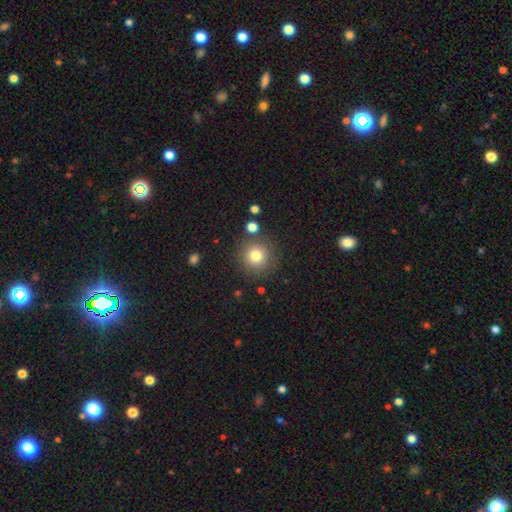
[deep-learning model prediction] A smooth galaxy with no disk features (80%) that is round (94%).

Vote fractions:
- Smooth or featured? smooth: 80% / star or artifact: 12% / featured or disk: 8%
- How rounded? round: 94% / in between: 5% / cigar-shaped: 1%
- Merging? none: 84% / minor disturbance: 8% / merger: 4% / major disturbance: 3%